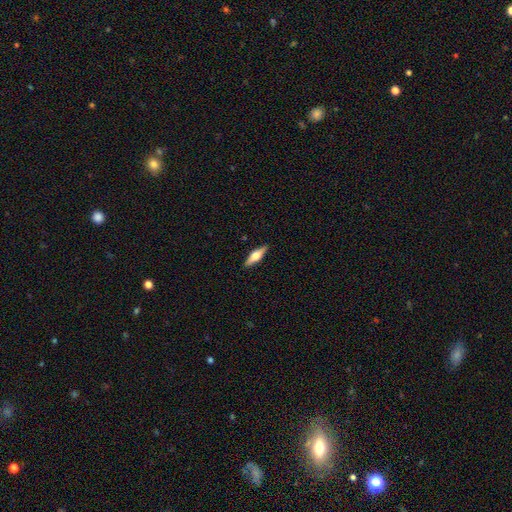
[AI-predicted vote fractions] Smooth or featured? Predicted: featured or disk (p=0.58). Edge-on disk? Predicted: yes (p=0.96). Edge-on bulge? Predicted: rounded (p=0.93). Merging? Predicted: none (p=0.91).